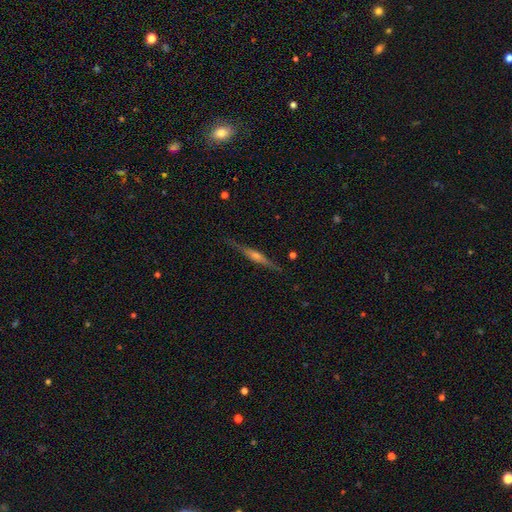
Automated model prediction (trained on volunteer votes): This appears to be a featured or disk galaxy (78%) viewed edge-on (98%) with a rounded central bulge (76%). Merging: none (87%).